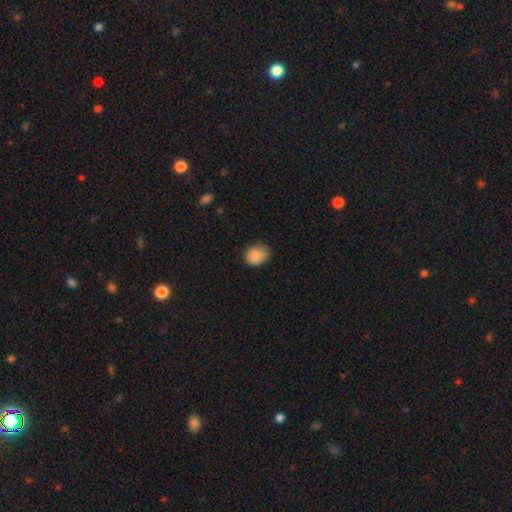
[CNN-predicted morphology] A smooth galaxy with no disk features (88%) that is round (55%). Merging: none (72%).